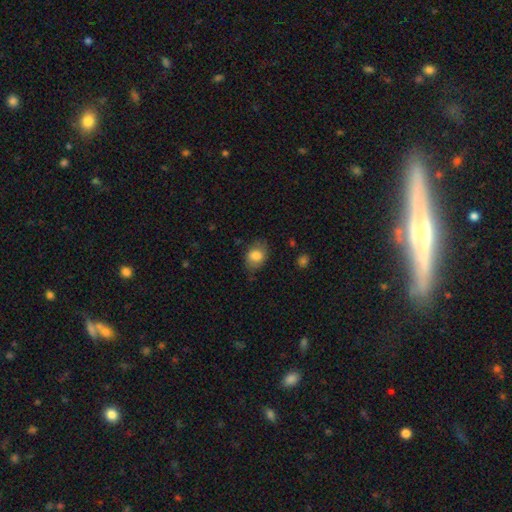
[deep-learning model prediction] Q: Smooth or featured?
A: smooth (80%); runner-up: featured or disk (12%)
Q: How rounded?
A: in between (70%); runner-up: round (29%)
Q: Merging?
A: none (73%); runner-up: minor disturbance (20%)